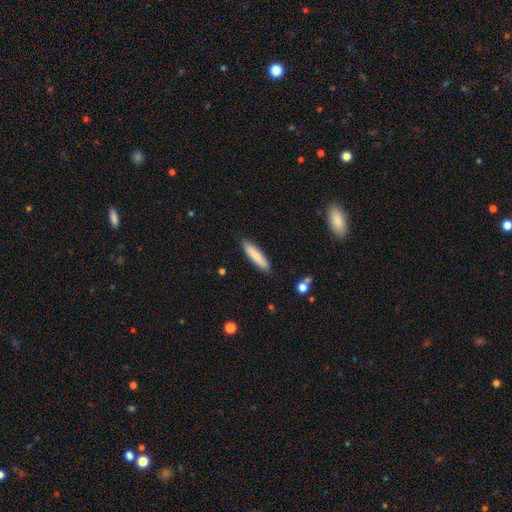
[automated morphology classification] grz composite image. It shows a smooth galaxy with no disk features (83%) that is cigar-shaped (81%). Merging: none (88%).